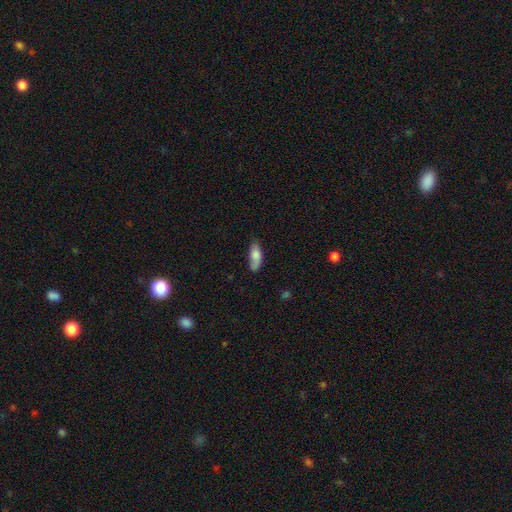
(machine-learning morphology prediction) The model was most divided on "merging": none: 62%, minor disturbance: 28%, major disturbance: 7%, merger: 2%. More confident: smooth or featured — smooth (78%); how rounded — in between (76%).